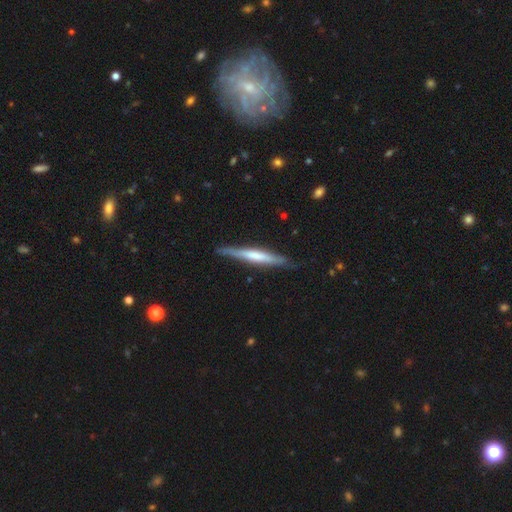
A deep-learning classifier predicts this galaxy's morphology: Smooth or featured?
  - featured or disk: 51% *
  - smooth: 44%
  - star or artifact: 5%
Edge-on disk?
  - yes: 93% *
  - no: 7%
Merging?
  - none: 80% *
  - minor disturbance: 15%
  - major disturbance: 3%
  - merger: 2%